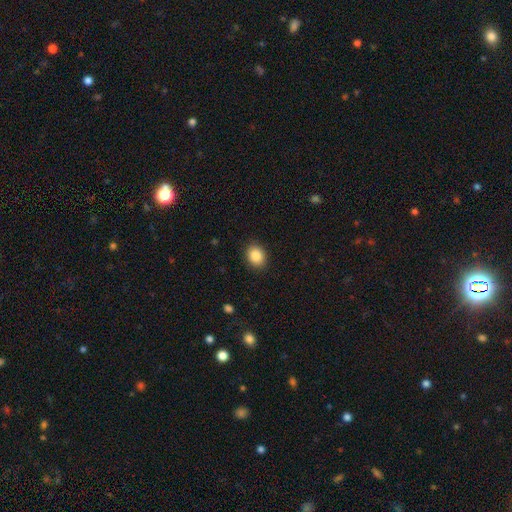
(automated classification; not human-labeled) This appears to be a smooth galaxy with no disk features (87%) that is round (50%). Merging: none (89%).